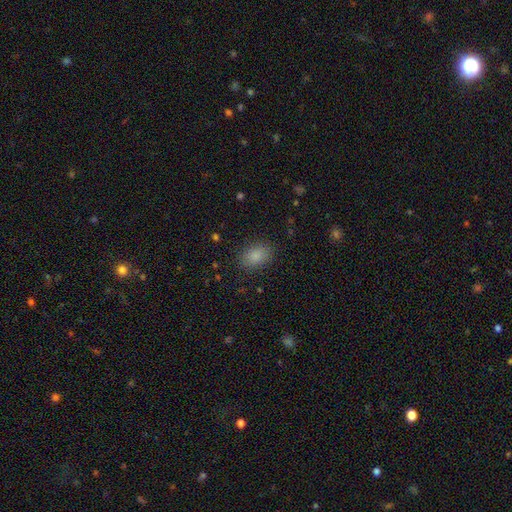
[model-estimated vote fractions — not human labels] smooth-or-featured: smooth: 85% | star or artifact: 10% | featured or disk: 5%
  how-rounded: in between: 83% | round: 15% | cigar-shaped: 1%
  merging: none: 85% | minor disturbance: 10% | major disturbance: 4% | merger: 1%